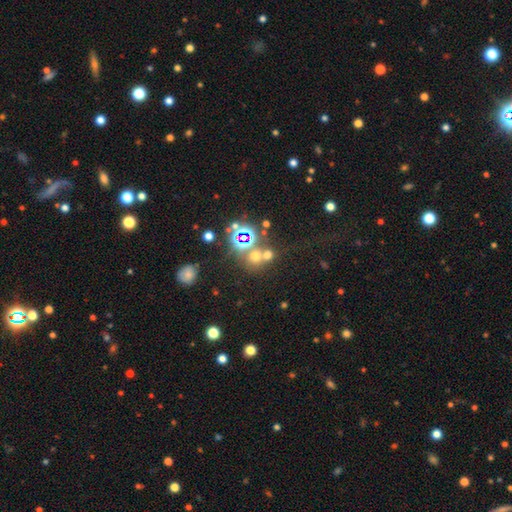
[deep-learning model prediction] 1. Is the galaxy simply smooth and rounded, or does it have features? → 51% smooth, 38% star or artifact, 11% featured or disk.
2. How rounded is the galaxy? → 80% round, 19% in between, 1% cigar-shaped.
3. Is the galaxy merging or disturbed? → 54% none, 33% merger, 8% minor disturbance, 5% major disturbance.